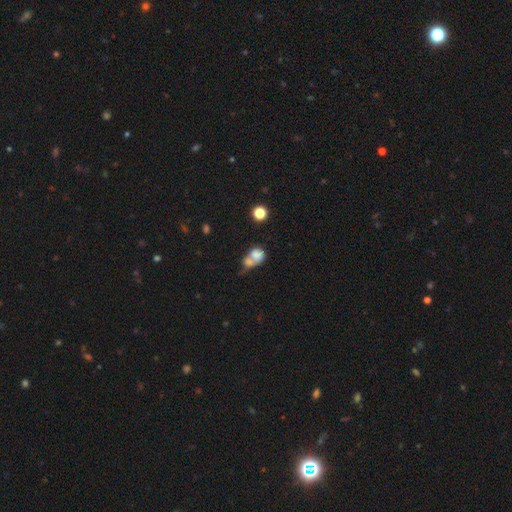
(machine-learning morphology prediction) smooth-or-featured: smooth: 72% | featured or disk: 18% | star or artifact: 11%
  how-rounded: in between: 50% | round: 48% | cigar-shaped: 2%
  merging: merger: 63% | none: 18% | major disturbance: 9% | minor disturbance: 9%